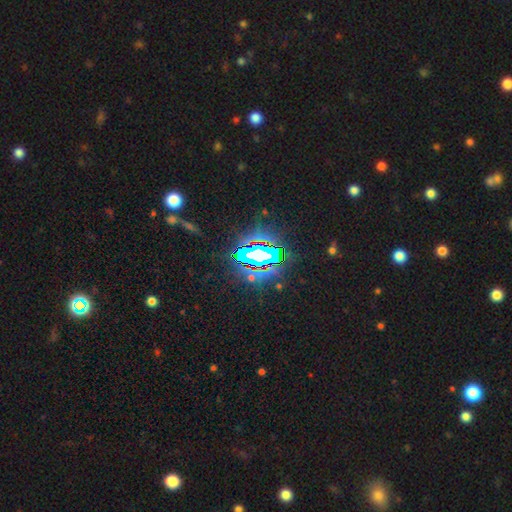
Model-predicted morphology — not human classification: Smooth or featured? Predicted: star or artifact (p=0.73).